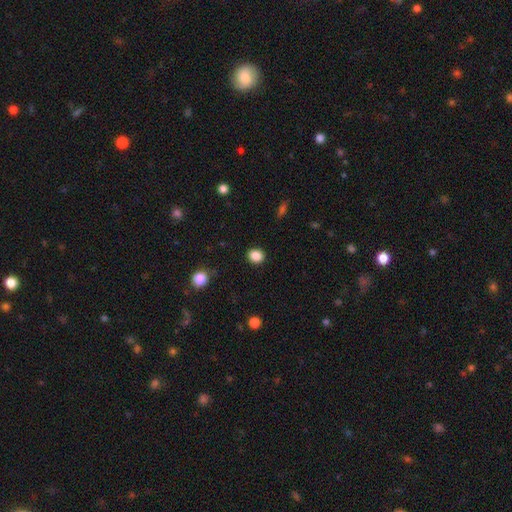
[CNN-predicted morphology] Q: Smooth or featured?
A: smooth (87%); runner-up: star or artifact (10%)
Q: How rounded?
A: round (74%); runner-up: in between (25%)
Q: Merging?
A: none (91%); runner-up: minor disturbance (6%)